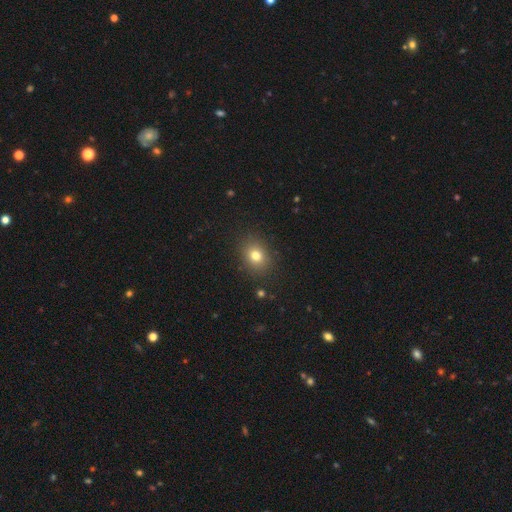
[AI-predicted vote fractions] This appears to be a smooth galaxy with no disk features (77%) that is round (54%). Merging: none (87%).